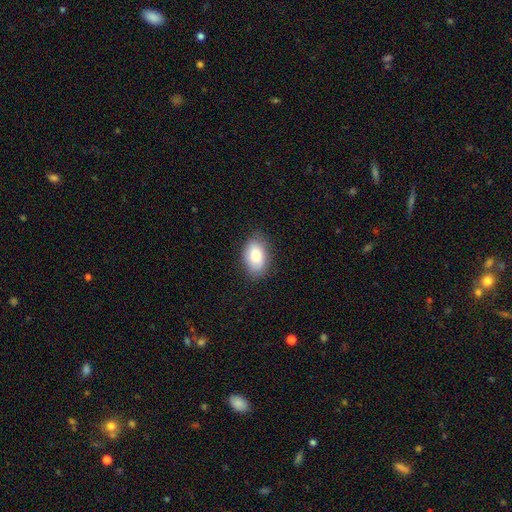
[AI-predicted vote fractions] This appears to be a smooth galaxy with no disk features (83%) that is in between round and cigar-shaped (90%). Merging: none (81%).